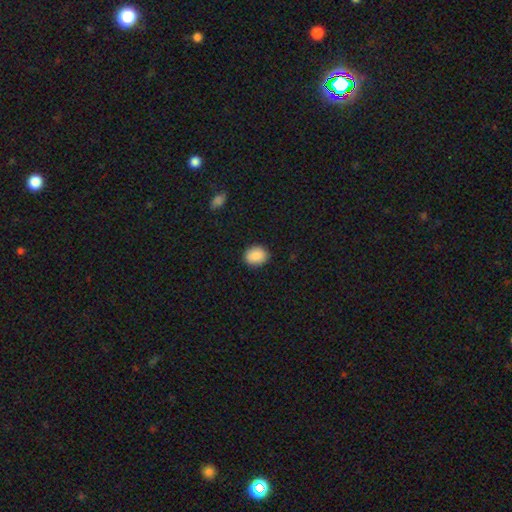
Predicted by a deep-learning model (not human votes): Q: Smooth or featured?
A: smooth (90%); runner-up: star or artifact (8%)
Q: How rounded?
A: round (55%); runner-up: in between (44%)
Q: Merging?
A: none (89%); runner-up: minor disturbance (8%)